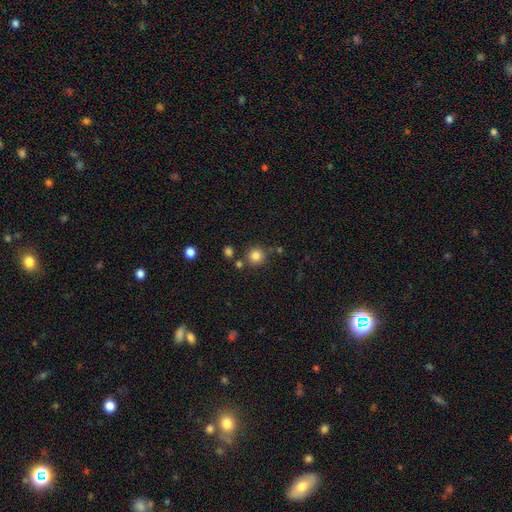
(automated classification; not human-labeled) smooth 83%, star or artifact 12%, featured or disk 5%. Down the decision tree: how rounded — round (93%); merging — none (79%).